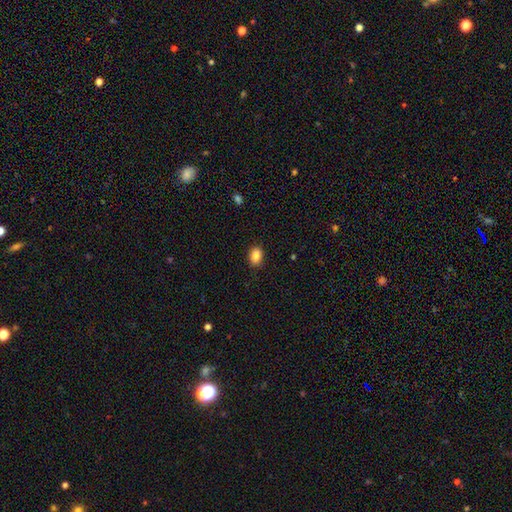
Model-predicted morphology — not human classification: type=smooth (87%); roundness=in between (80%); merging=none (88%).